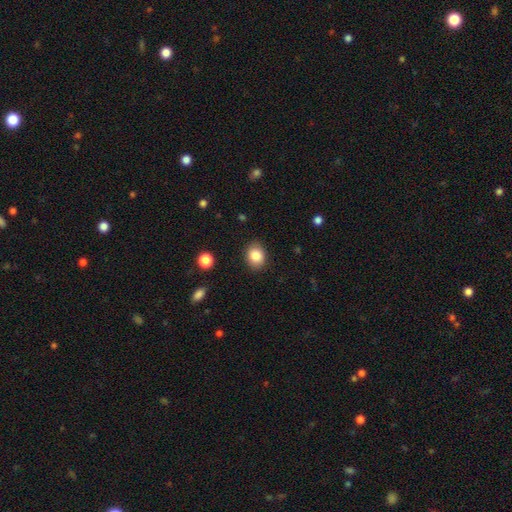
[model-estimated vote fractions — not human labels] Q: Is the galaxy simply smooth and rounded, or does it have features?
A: smooth — 85%.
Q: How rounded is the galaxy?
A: in between — 51%.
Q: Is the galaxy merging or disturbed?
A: none — 87%.